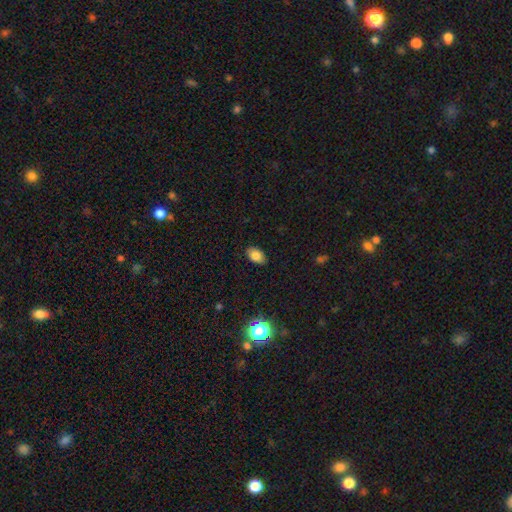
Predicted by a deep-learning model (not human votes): This is clearly a smooth galaxy (81%). How rounded: clearly in between (89%). Merging: clearly none (87%).